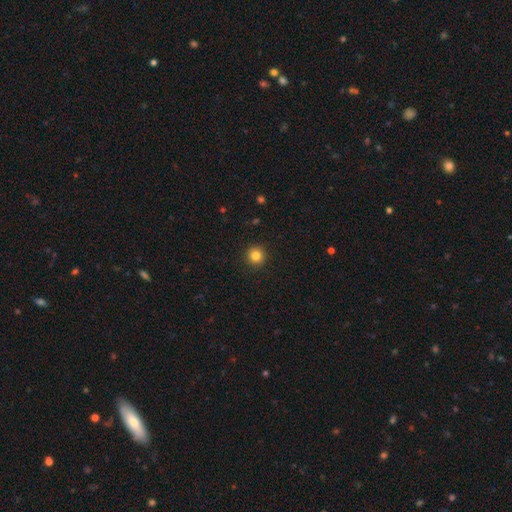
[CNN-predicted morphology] Smooth or featured? smooth (83%)
How rounded? round (95%)
Merging? none (93%)